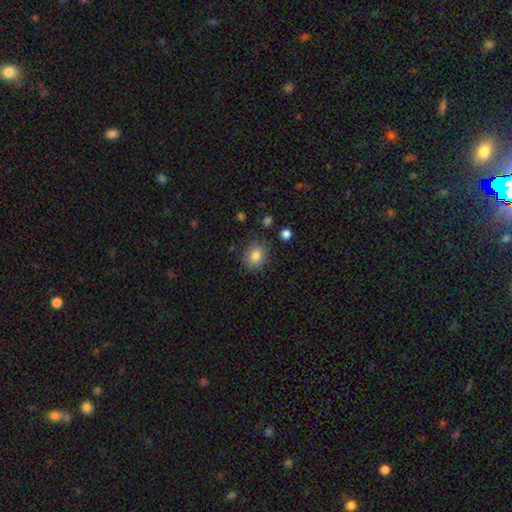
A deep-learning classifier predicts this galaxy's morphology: A smooth galaxy with no disk features (84%) that is round (69%). Merging: none (84%).